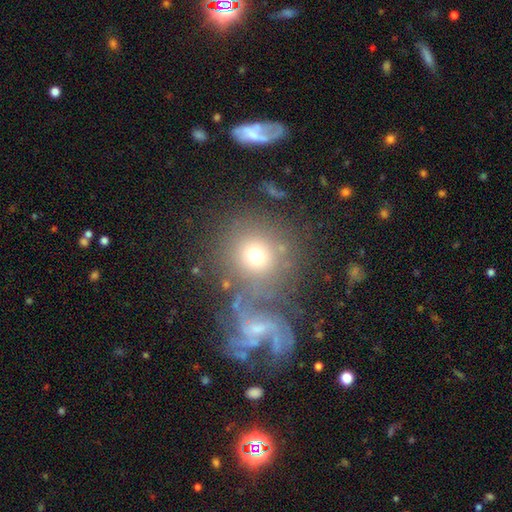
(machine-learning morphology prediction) This is likely a smooth galaxy (66%). How rounded: clearly round (86%). Merging: possibly none (48%).